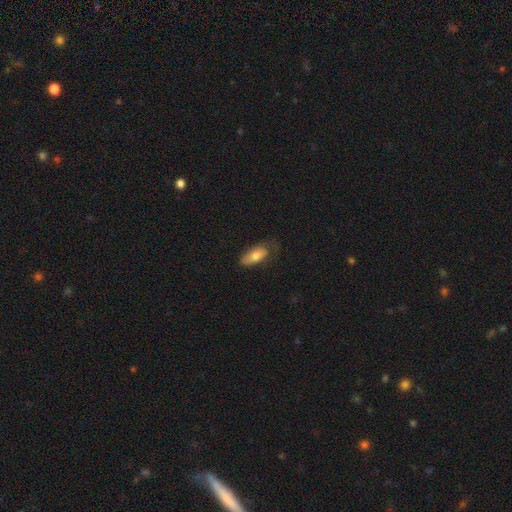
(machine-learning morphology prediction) smooth-or-featured: smooth: 70% | featured or disk: 23% | star or artifact: 7%
  how-rounded: in between: 82% | cigar-shaped: 16% | round: 3%
  merging: none: 54% | minor disturbance: 30% | major disturbance: 15% | merger: 1%